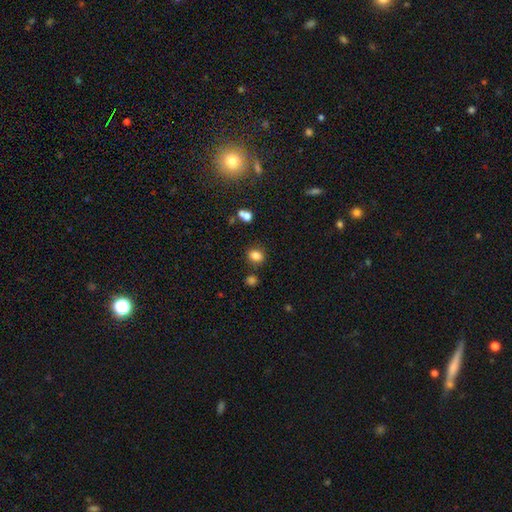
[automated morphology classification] Smooth or featured? Predicted: smooth (p=0.82). How rounded? Predicted: in between (p=0.52). Merging? Predicted: none (p=0.78).